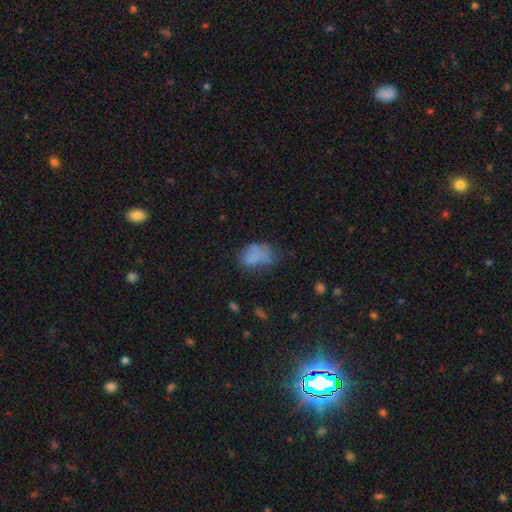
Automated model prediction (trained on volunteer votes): The model was most divided on "merging": none: 34%, major disturbance: 29%, minor disturbance: 29%, merger: 8%. More confident: how rounded — in between (83%); smooth or featured — smooth (63%).